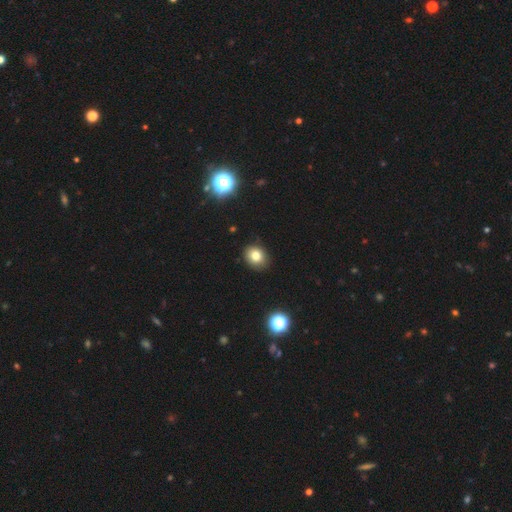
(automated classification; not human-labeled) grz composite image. It shows a smooth galaxy with no disk features (79%) that is round (58%). Merging: none (87%).